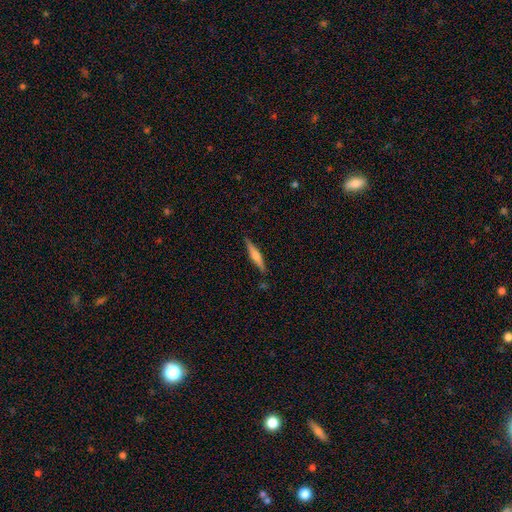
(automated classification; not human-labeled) This is possibly a featured or disk galaxy (51%). It is clearly viewed edge-on (97%). Merging: clearly none (87%).